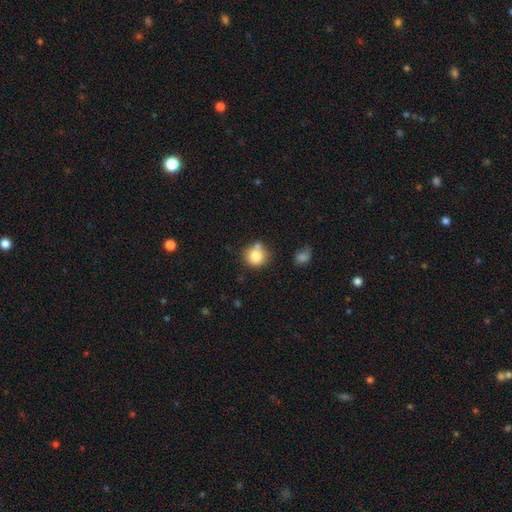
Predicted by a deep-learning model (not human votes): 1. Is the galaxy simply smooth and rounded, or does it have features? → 83% smooth, 10% star or artifact, 7% featured or disk.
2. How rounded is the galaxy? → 87% round, 12% in between, 1% cigar-shaped.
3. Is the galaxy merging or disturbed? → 66% none, 17% minor disturbance, 13% merger, 4% major disturbance.